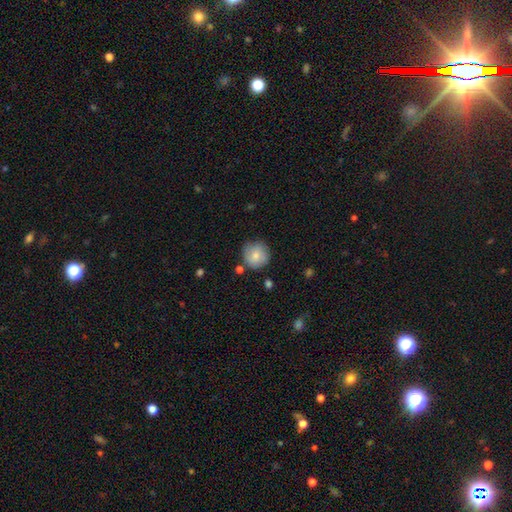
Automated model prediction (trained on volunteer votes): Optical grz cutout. It shows a smooth galaxy with no disk features (78%) that is round (93%). Merging: none (74%).